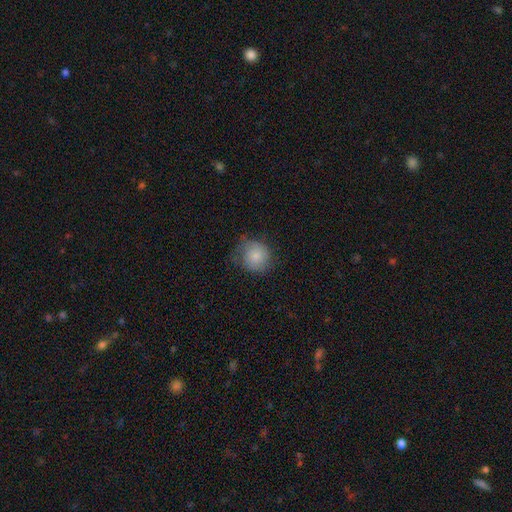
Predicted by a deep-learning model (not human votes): The model was most divided on "merging": none: 61%, minor disturbance: 28%, major disturbance: 10%, merger: 1%. More confident: how rounded — round (86%); smooth or featured — smooth (79%).